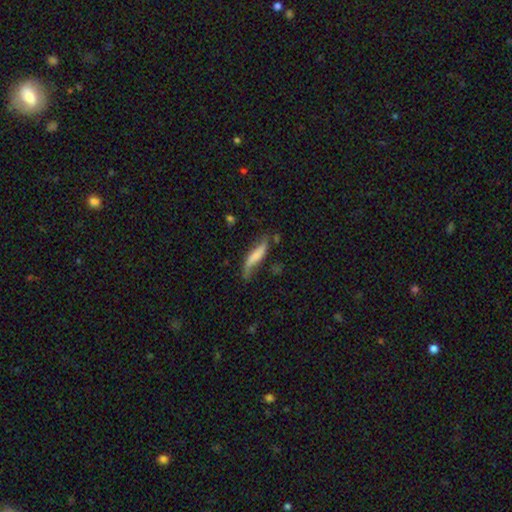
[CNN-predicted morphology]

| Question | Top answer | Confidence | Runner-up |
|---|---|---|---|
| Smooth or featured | smooth | 48% | featured or disk (45%) |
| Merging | none | 49% | minor disturbance (31%) |